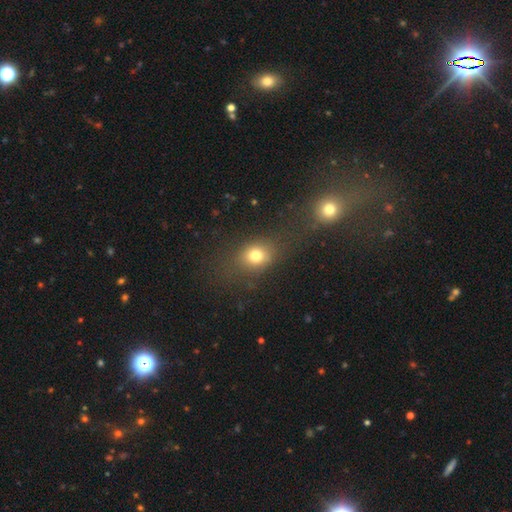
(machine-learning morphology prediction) Overall: smooth (75%). How rounded: round (55%; in between 43%). Merging: none (68%).